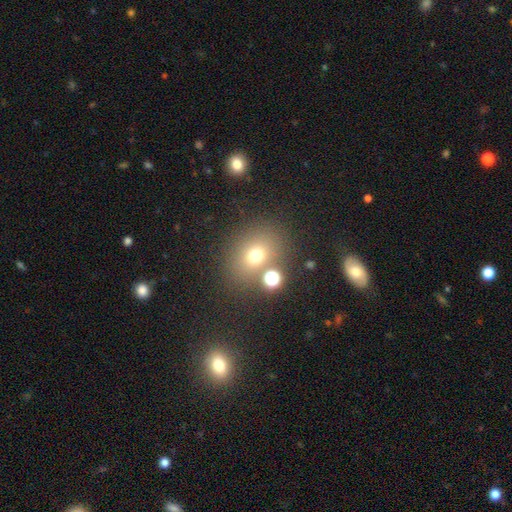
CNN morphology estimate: This is likely a smooth galaxy (69%). How rounded: possibly round (58%). Merging: likely none (72%).